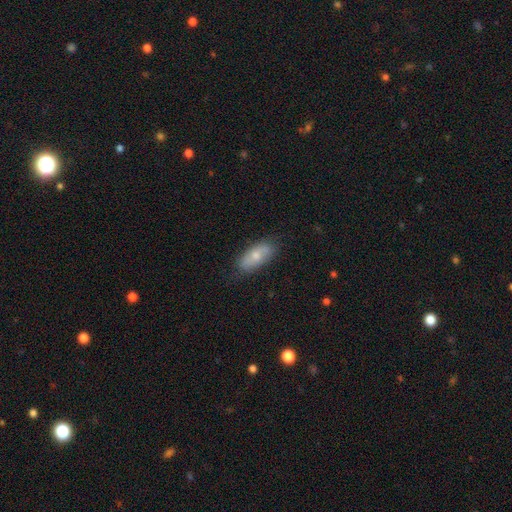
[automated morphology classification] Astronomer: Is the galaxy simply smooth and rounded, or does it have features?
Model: smooth — 70%.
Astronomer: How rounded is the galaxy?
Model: in between — 82%.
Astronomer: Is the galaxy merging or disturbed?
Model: none — 76%.